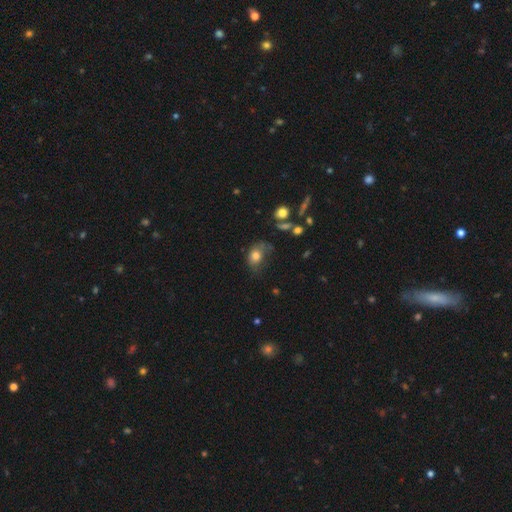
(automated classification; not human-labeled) Overall: smooth (75%). How rounded: in between (65%; round 34%). Merging: none (39%; minor disturbance 32%).